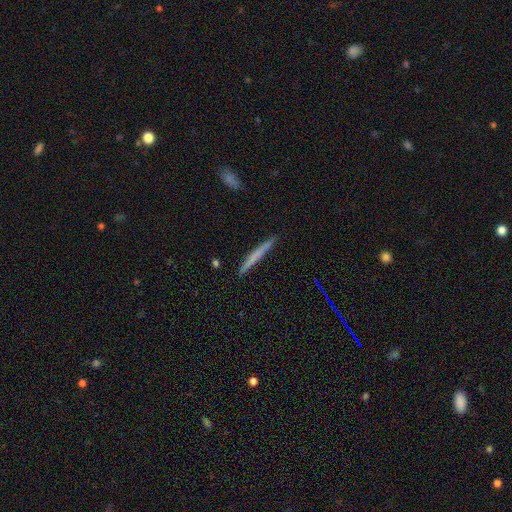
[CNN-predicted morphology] Q: Smooth or featured?
A: smooth (58%); runner-up: featured or disk (35%)
Q: How rounded?
A: cigar-shaped (97%); runner-up: in between (2%)
Q: Merging?
A: none (90%); runner-up: minor disturbance (7%)